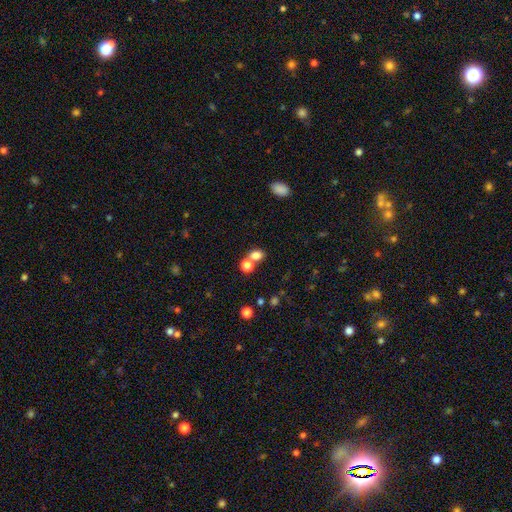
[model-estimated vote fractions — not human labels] Smooth or featured? smooth (79%)
How rounded? in between (52%)
Merging? none (48%)